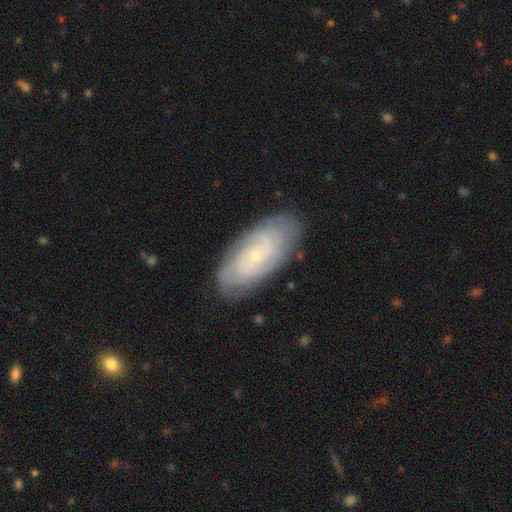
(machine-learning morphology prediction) Smooth or featured? featured or disk (77%)
Edge-on disk? no (94%)
Bar? no (76%)
Spiral arms? yes (92%)
Spiral winding? tight (73%)
Spiral arm count? can't tell (45%)
Bulge size? small (85%)
Merging? none (81%)